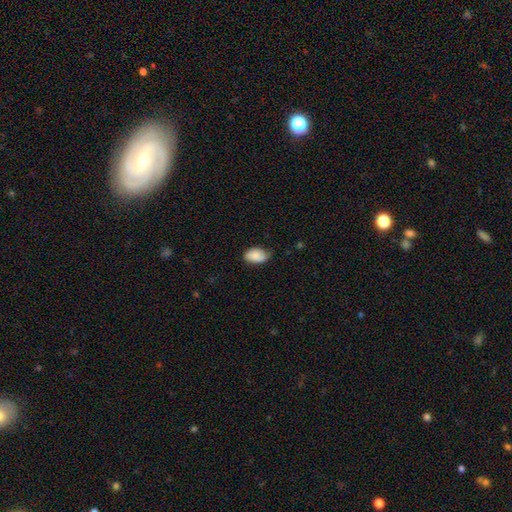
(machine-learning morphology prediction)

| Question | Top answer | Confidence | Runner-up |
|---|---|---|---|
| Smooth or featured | smooth | 83% | featured or disk (10%) |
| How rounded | in between | 92% | round (7%) |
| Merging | none | 68% | minor disturbance (26%) |